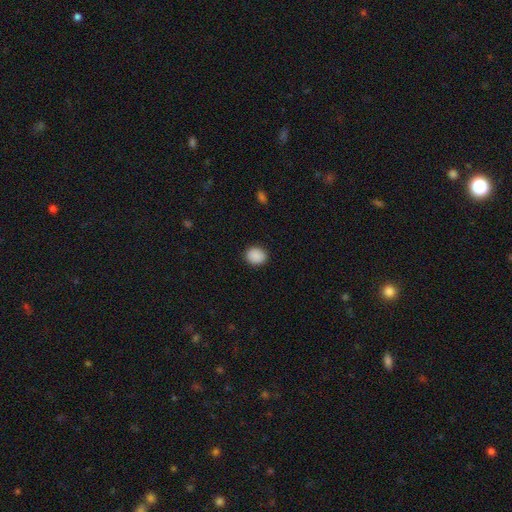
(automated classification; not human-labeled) Smooth or featured? smooth (90%)
How rounded? round (65%)
Merging? none (91%)